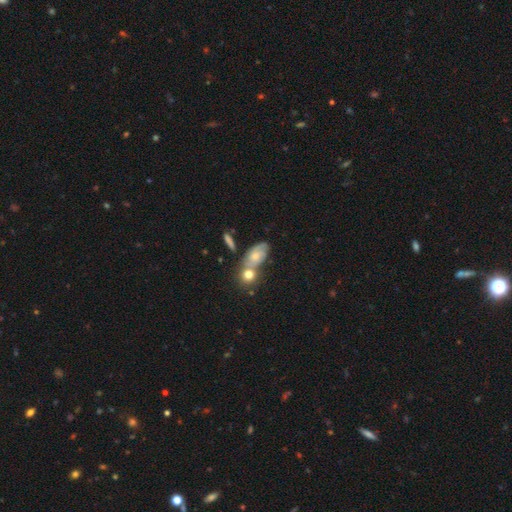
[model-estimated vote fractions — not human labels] Smooth or featured? smooth (47%)
Merging? none (41%)